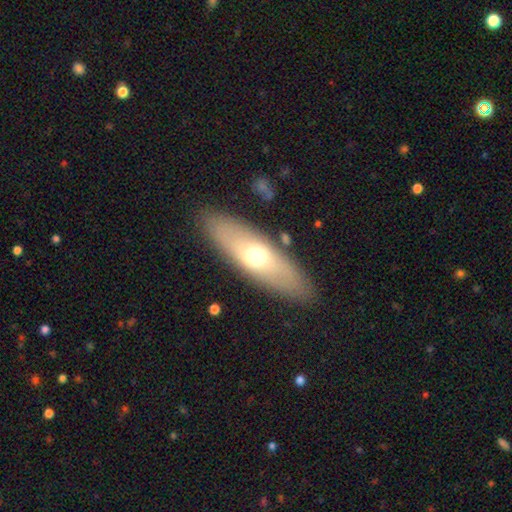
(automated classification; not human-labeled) smooth-or-featured: smooth: 53% | featured or disk: 40% | star or artifact: 6%
  how-rounded: in between: 54% | cigar-shaped: 43% | round: 3%
  merging: none: 86% | minor disturbance: 9% | major disturbance: 3% | merger: 2%